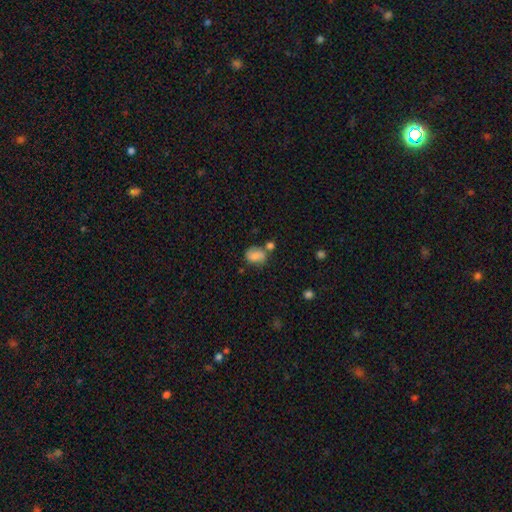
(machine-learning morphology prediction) smooth_or_featured: smooth (p=0.69) [alt: featured or disk p=0.21]
how_rounded: in between (p=0.60) [alt: round p=0.38]
merging: none (p=0.47) [alt: merger p=0.25]